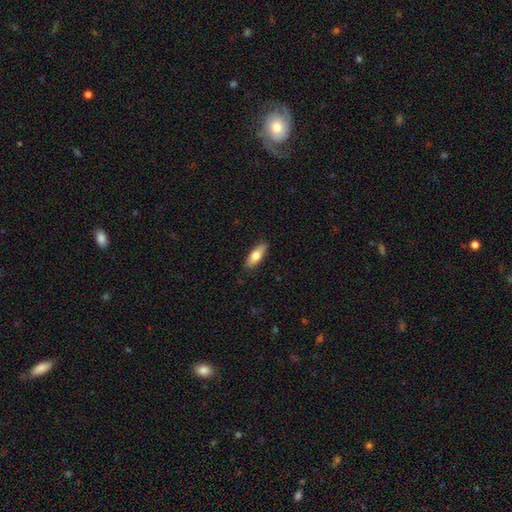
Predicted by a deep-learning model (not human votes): Overall: smooth (71%). How rounded: in between (64%; cigar-shaped 33%). Merging: none (87%).